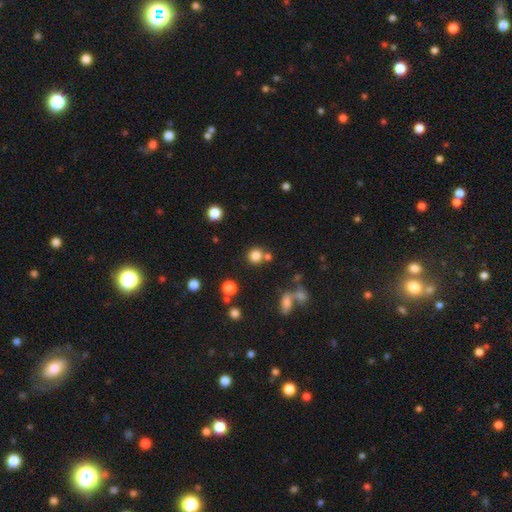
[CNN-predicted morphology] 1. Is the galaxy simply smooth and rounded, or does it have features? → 80% smooth, 14% star or artifact, 6% featured or disk.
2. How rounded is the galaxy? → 89% round, 10% in between, 1% cigar-shaped.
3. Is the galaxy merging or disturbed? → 71% none, 17% merger, 8% minor disturbance, 4% major disturbance.